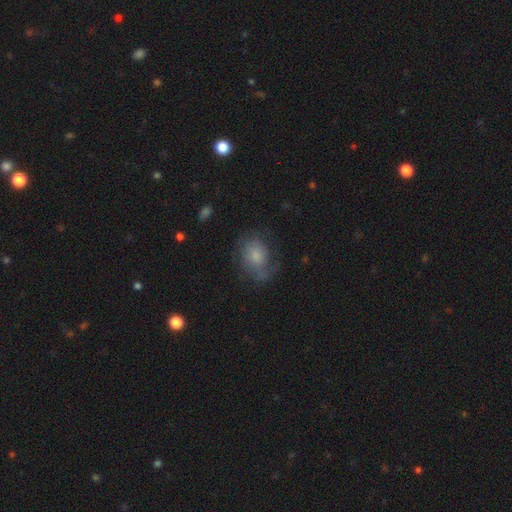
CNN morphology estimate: Smooth or featured: smooth — 55% (featured or disk — 34%)
How rounded: in between — 56% (round — 43%)
Merging: none — 53% (minor disturbance — 25%)